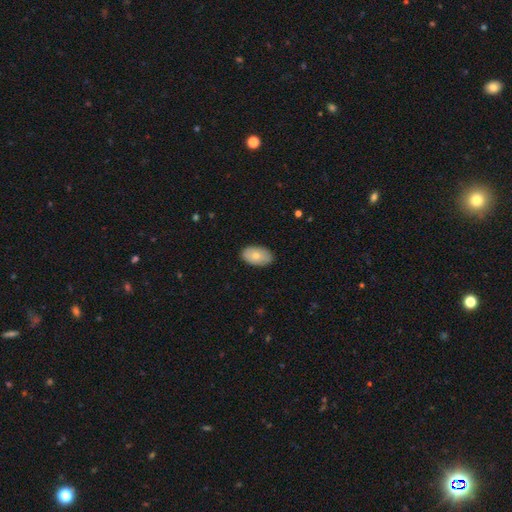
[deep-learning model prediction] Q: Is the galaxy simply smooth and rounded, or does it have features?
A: smooth — 73%.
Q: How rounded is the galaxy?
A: in between — 93%.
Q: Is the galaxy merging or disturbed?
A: none — 85%.